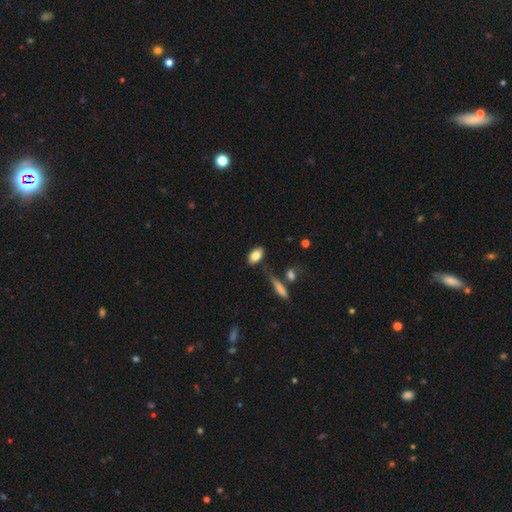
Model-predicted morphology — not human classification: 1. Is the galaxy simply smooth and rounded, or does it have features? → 83% smooth, 10% featured or disk, 7% star or artifact.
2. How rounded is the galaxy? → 89% in between, 5% round, 5% cigar-shaped.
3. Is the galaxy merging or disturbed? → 75% none, 15% minor disturbance, 5% merger, 4% major disturbance.